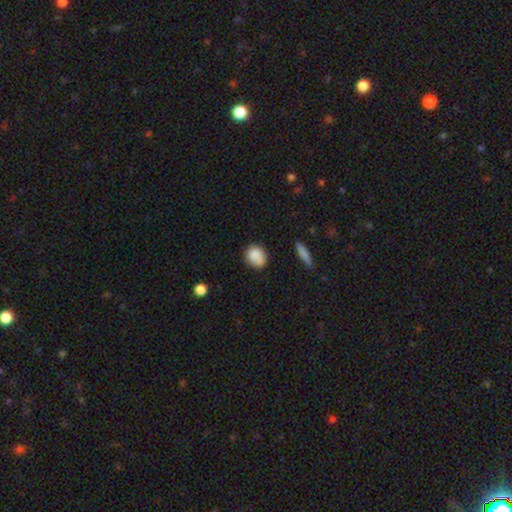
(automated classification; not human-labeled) Q: Smooth or featured?
A: smooth (87%); runner-up: star or artifact (8%)
Q: How rounded?
A: round (62%); runner-up: in between (37%)
Q: Merging?
A: none (78%); runner-up: minor disturbance (17%)